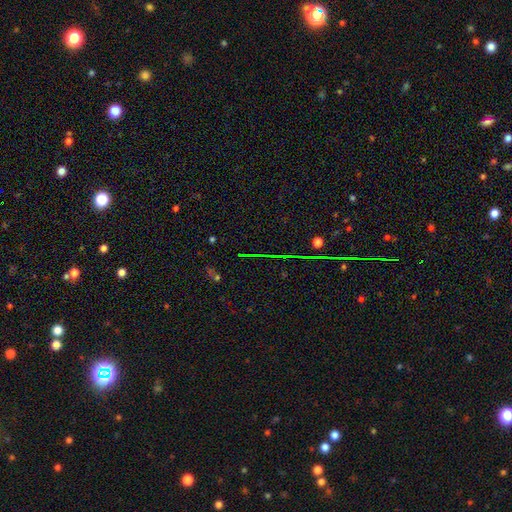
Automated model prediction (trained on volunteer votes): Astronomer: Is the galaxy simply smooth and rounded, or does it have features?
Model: star or artifact — 74%.